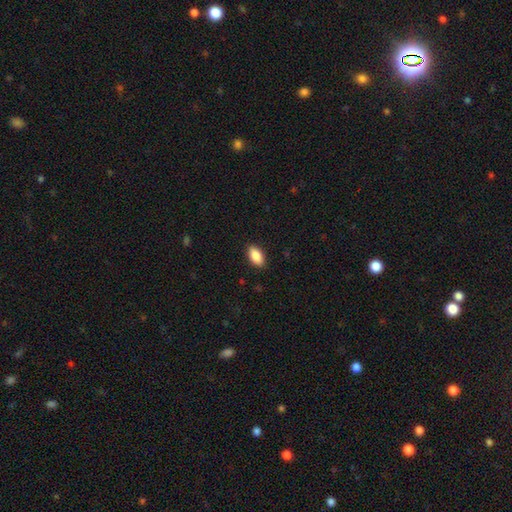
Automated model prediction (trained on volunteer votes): A smooth galaxy with no disk features (88%) that is in between round and cigar-shaped (93%).

Vote fractions:
- Smooth or featured? smooth: 88% / star or artifact: 7% / featured or disk: 5%
- How rounded? in between: 93% / round: 4% / cigar-shaped: 3%
- Merging? none: 88% / minor disturbance: 9% / major disturbance: 2% / merger: 1%